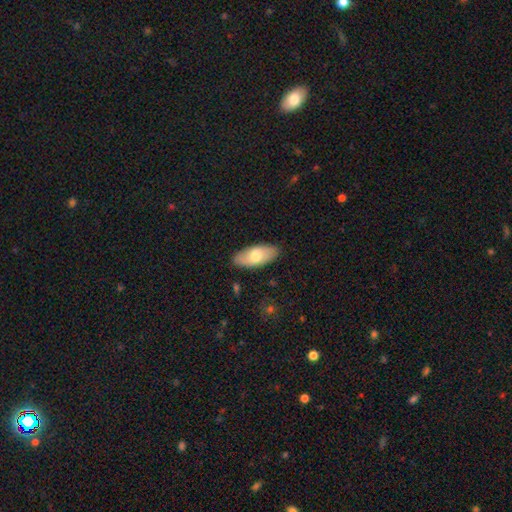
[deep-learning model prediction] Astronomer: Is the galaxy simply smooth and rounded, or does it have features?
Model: smooth — 68%.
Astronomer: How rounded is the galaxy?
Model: in between — 89%.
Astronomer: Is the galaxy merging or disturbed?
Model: none — 87%.